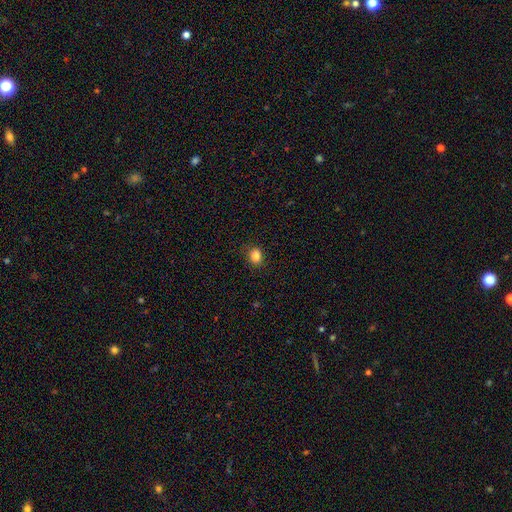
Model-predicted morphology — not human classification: Q: Smooth or featured?
A: smooth (84%); runner-up: star or artifact (11%)
Q: How rounded?
A: round (58%); runner-up: in between (41%)
Q: Merging?
A: none (87%); runner-up: minor disturbance (9%)